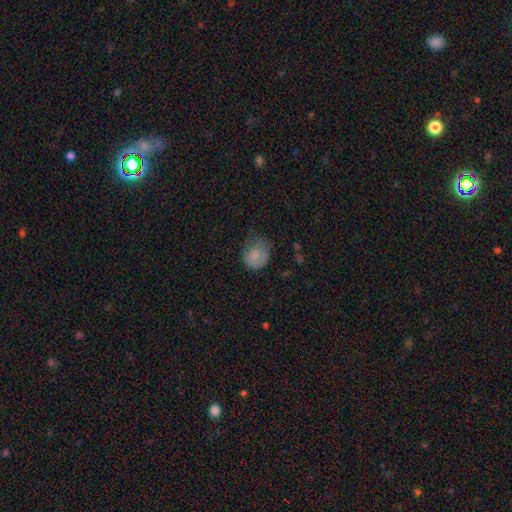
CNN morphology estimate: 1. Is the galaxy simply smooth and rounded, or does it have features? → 79% smooth, 12% featured or disk, 8% star or artifact.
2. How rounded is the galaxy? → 67% round, 32% in between, 1% cigar-shaped.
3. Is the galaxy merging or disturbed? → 41% none, 36% minor disturbance, 22% major disturbance, 2% merger.